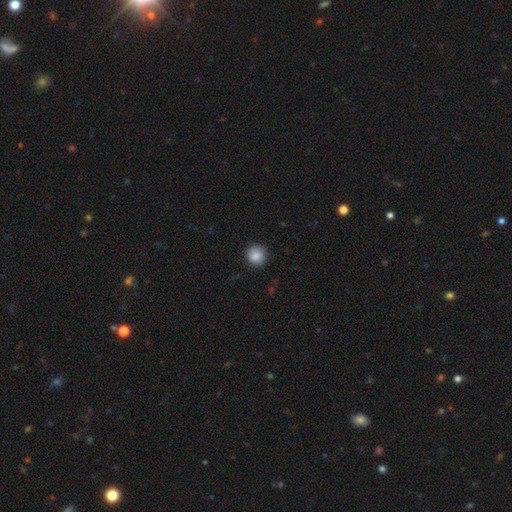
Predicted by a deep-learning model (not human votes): Morphology: type=smooth (87%); roundness=round (94%); merging=none (90%).